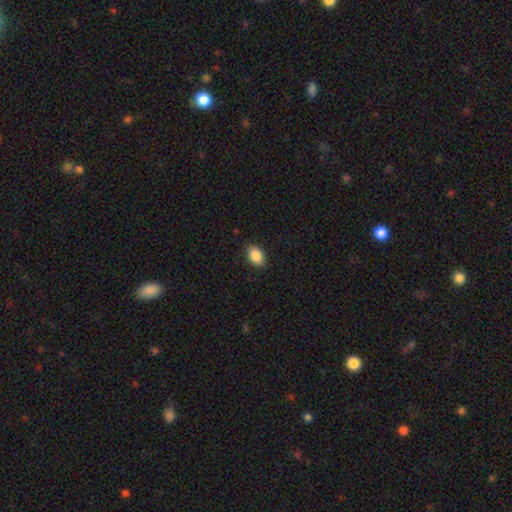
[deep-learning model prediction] Smooth or featured? smooth (89%)
How rounded? in between (86%)
Merging? none (86%)